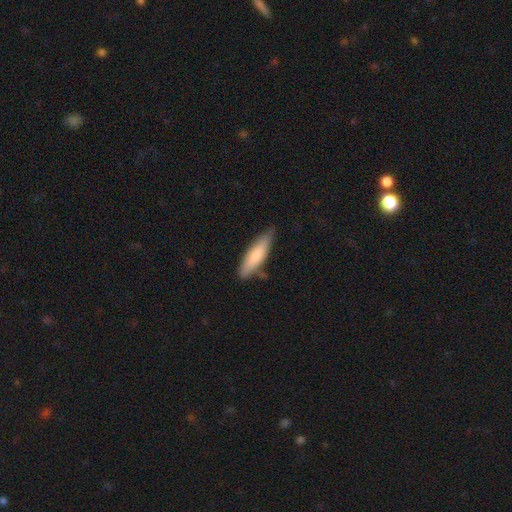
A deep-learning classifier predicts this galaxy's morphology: Q: Smooth or featured?
A: smooth (78%); runner-up: featured or disk (17%)
Q: How rounded?
A: cigar-shaped (63%); runner-up: in between (36%)
Q: Merging?
A: none (71%); runner-up: minor disturbance (22%)